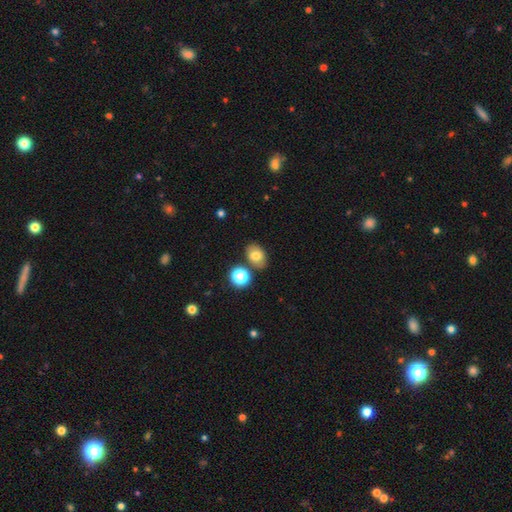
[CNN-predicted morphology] smooth_or_featured: smooth (p=0.74) [alt: featured or disk p=0.14]
how_rounded: in between (p=0.73) [alt: round p=0.26]
merging: none (p=0.75) [alt: minor disturbance p=0.12]